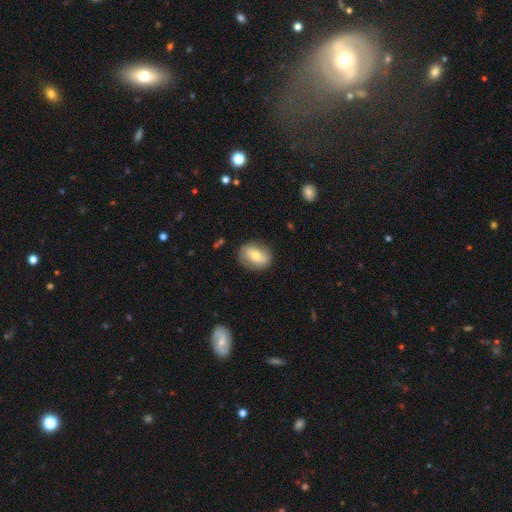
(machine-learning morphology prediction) Overall: smooth (57%; featured or disk 36%). How rounded: in between (58%; round 41%). Merging: none (82%).